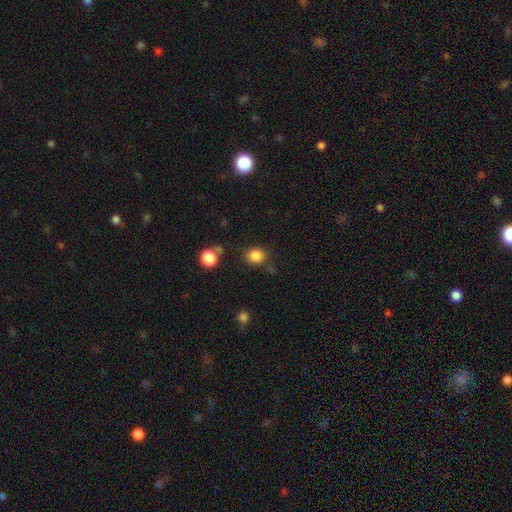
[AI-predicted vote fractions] A smooth galaxy with no disk features (84%) that is round (76%).

Vote fractions:
- Smooth or featured? smooth: 84% / star or artifact: 11% / featured or disk: 5%
- How rounded? round: 76% / in between: 23% / cigar-shaped: 1%
- Merging? none: 79% / minor disturbance: 12% / merger: 5% / major disturbance: 4%